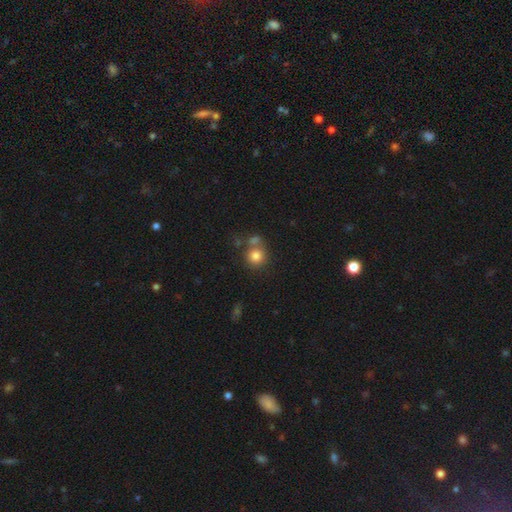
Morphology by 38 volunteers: Smooth or featured: smooth — 87% (star or artifact — 8%)
How rounded: round — 97% (in between — 3%)
Merging: none — 77% (merger — 11%)